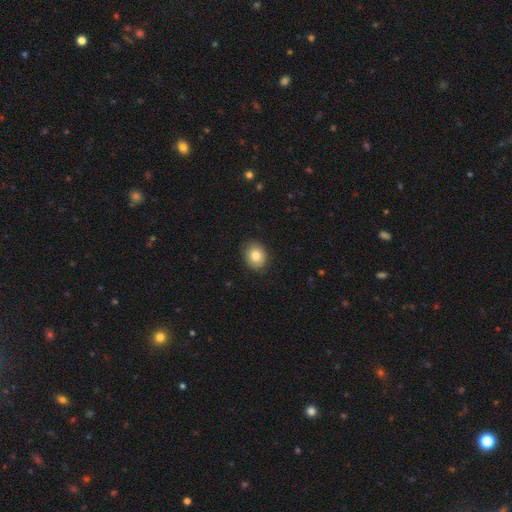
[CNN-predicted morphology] smooth_or_featured: smooth (p=0.84) [alt: star or artifact p=0.08]
how_rounded: round (p=0.59) [alt: in between p=0.40]
merging: none (p=0.87) [alt: minor disturbance p=0.10]